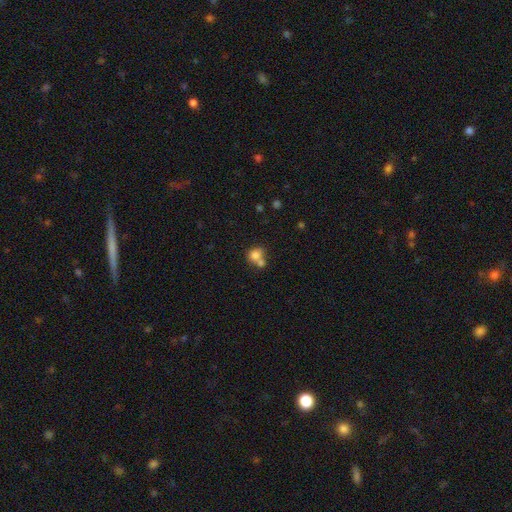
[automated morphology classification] This is likely a smooth galaxy (78%). How rounded: likely round (66%). Merging: possibly merger (54%).